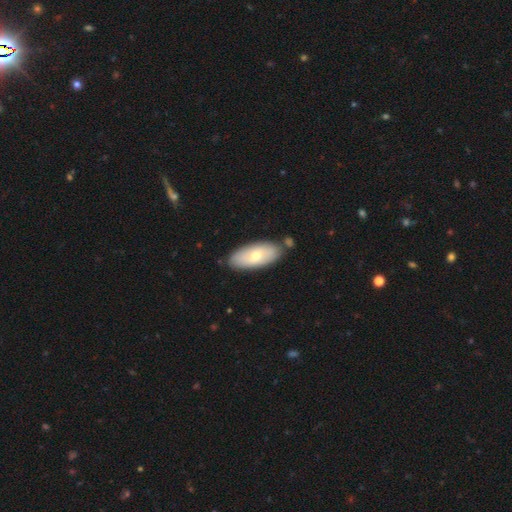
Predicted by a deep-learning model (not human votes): A smooth galaxy with no disk features (62%) that is in between round and cigar-shaped (86%).

Vote fractions:
- Smooth or featured? smooth: 62% / featured or disk: 32% / star or artifact: 5%
- How rounded? in between: 86% / cigar-shaped: 12% / round: 2%
- Merging? none: 79% / minor disturbance: 13% / merger: 6% / major disturbance: 3%